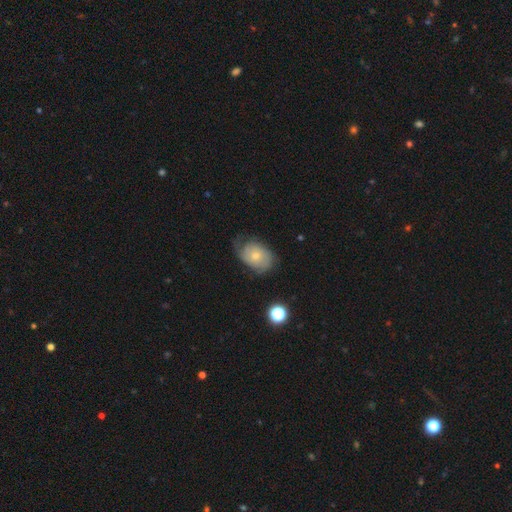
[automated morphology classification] This appears to be a featured or disk galaxy (54%) with no bar (80%), spiral arms (81%) and a small central bulge (61%). Merging: none (47%).